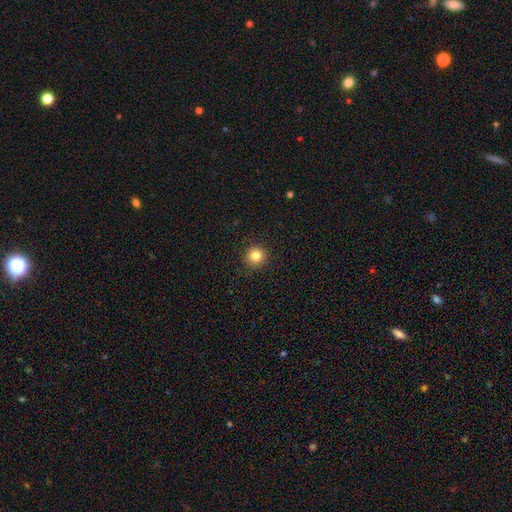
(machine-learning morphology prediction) Smooth or featured: smooth — 82% (star or artifact — 12%)
How rounded: round — 95% (in between — 4%)
Merging: none — 92% (minor disturbance — 5%)